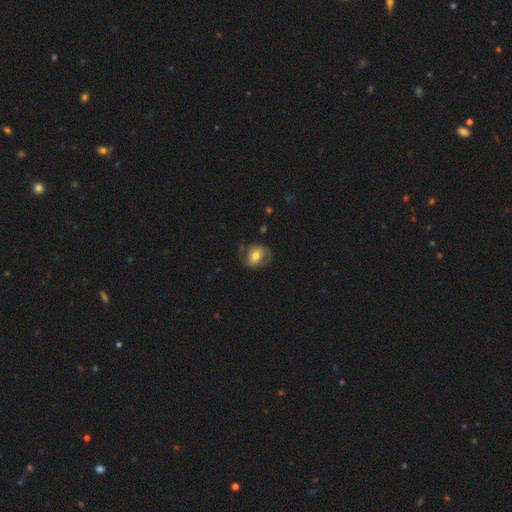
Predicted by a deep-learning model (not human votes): Overall: featured or disk (53%; smooth 39%). Edge-on disk: no (96%). Bar: no (46%; weak 35%). Spiral arms: yes (78%). Bulge size: moderate (66%). Merging: none (66%).